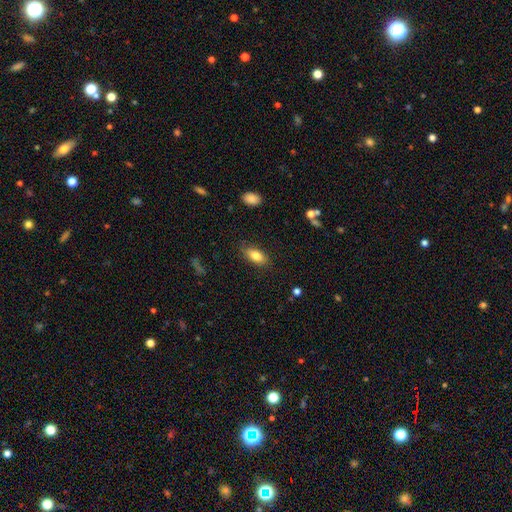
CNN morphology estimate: type=smooth (82%); roundness=in between (87%); merging=none (82%).